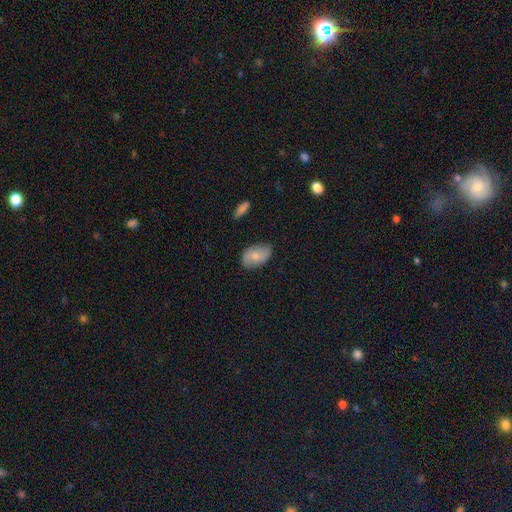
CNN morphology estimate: type=smooth (65%); roundness=in between (90%); merging=none (75%).